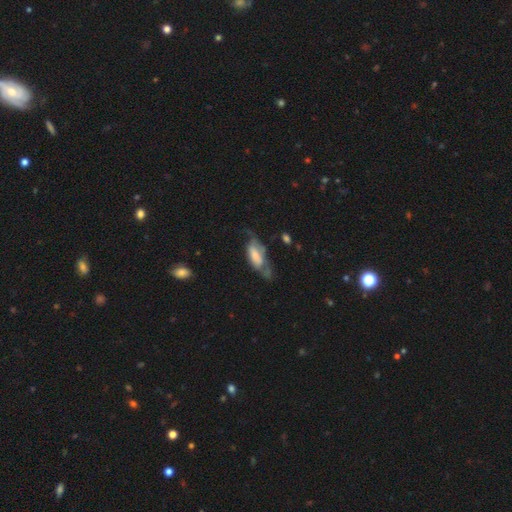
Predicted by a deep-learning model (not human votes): Smooth or featured? Predicted: smooth (p=0.51). How rounded? Predicted: in between (p=0.79). Merging? Predicted: major disturbance (p=0.34).